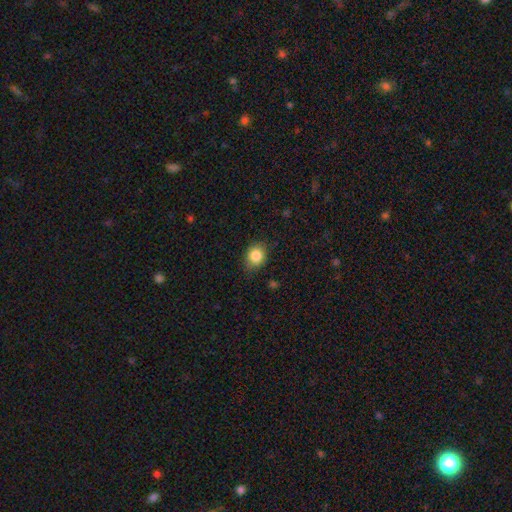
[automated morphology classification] Smooth or featured: smooth — 84% (star or artifact — 10%)
How rounded: round — 62% (in between — 37%)
Merging: none — 79% (minor disturbance — 16%)